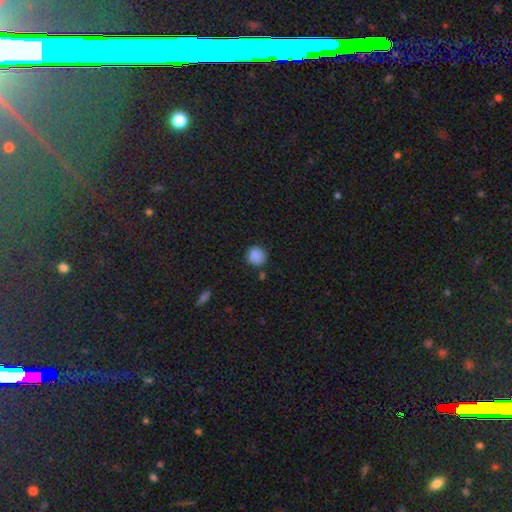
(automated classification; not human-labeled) This appears to be a smooth galaxy with no disk features (87%) that is round (89%). Merging: none (82%).